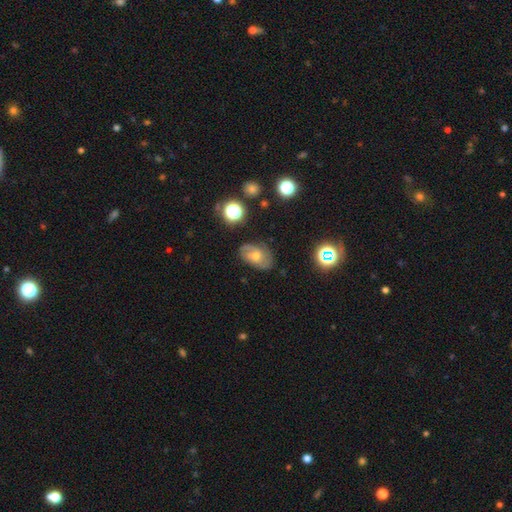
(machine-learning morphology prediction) featured or disk 62%, smooth 26%, star or artifact 12%. Down the decision tree: edge-on disk — no (96%); bar — no (65%); spiral arms — yes (87%); spiral arm count — 2 (44%); spiral winding — tight (44%); bulge size — moderate (55%); merging — none (70%).